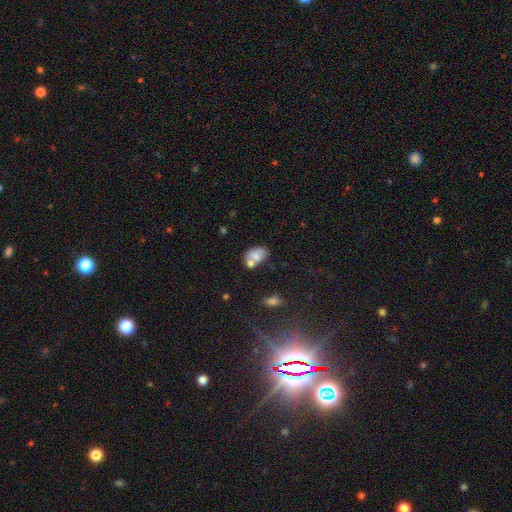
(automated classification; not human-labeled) Morphology: type=smooth (73%); roundness=in between (85%); merging=none (43%).